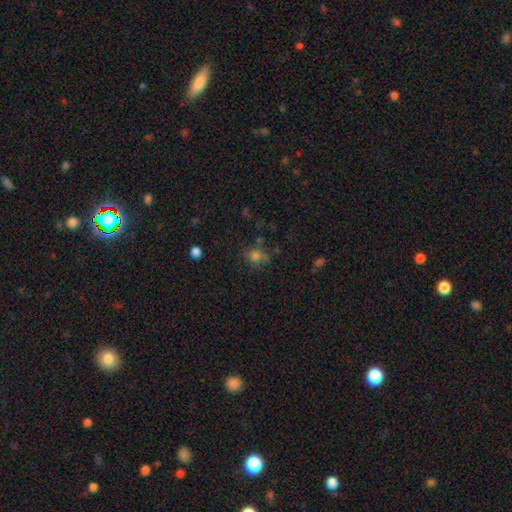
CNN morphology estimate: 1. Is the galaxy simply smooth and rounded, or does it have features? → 74% smooth, 16% star or artifact, 9% featured or disk.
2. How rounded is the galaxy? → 75% round, 24% in between, 1% cigar-shaped.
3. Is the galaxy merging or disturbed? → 65% none, 20% minor disturbance, 8% major disturbance, 7% merger.